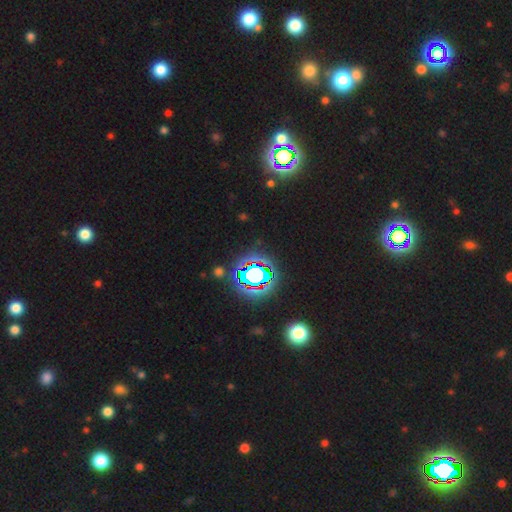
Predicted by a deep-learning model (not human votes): Smooth or featured? Predicted: star or artifact (p=0.82).